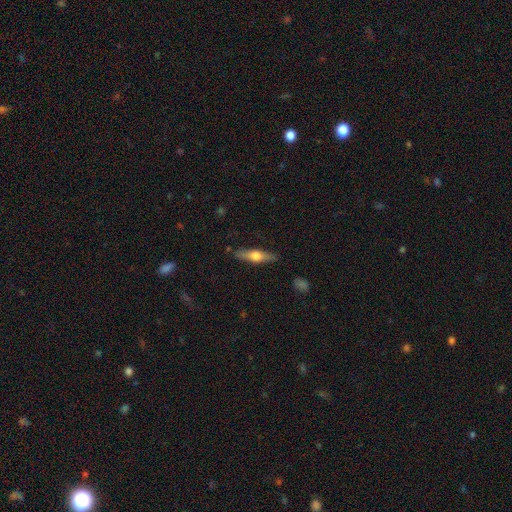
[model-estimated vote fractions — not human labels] featured or disk 51%, smooth 43%, star or artifact 6%. Down the decision tree: edge-on disk — yes (92%); merging — none (86%).